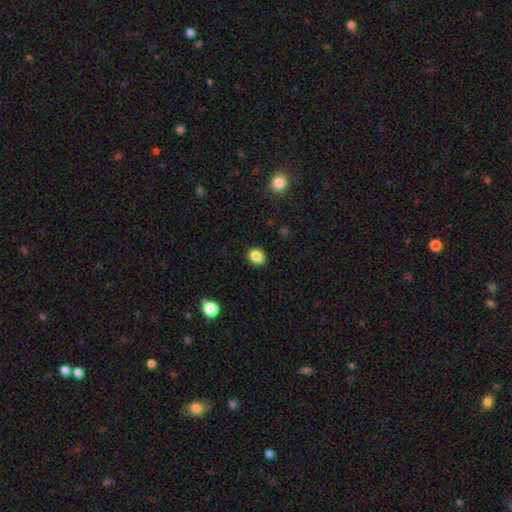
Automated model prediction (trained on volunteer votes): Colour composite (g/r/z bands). It shows a smooth galaxy with no disk features (82%) that is round (63%). Merging: none (66%).